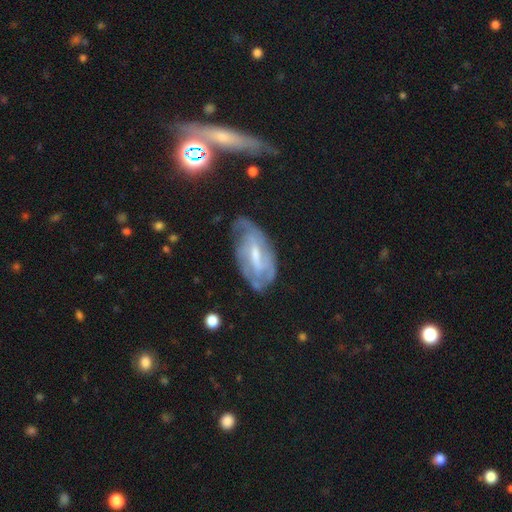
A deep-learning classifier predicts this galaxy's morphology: Smooth or featured? Predicted: featured or disk (p=0.74). Edge-on disk? Predicted: no (p=0.93). Bar? Predicted: weak (p=0.50). Spiral arms? Predicted: yes (p=0.83). Spiral winding? Predicted: tight (p=0.47). Spiral arm count? Predicted: can't tell (p=0.44). Bulge size? Predicted: moderate (p=0.44). Merging? Predicted: none (p=0.56).